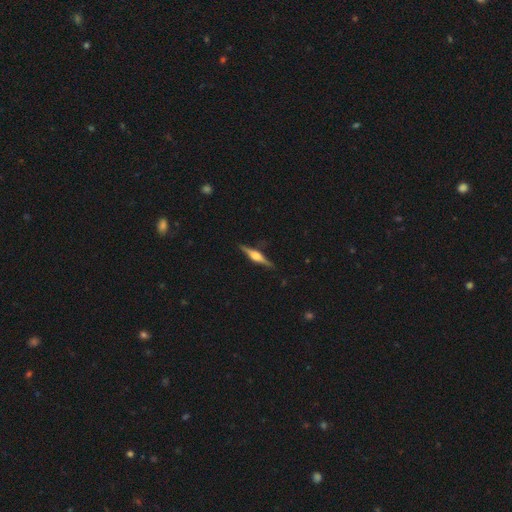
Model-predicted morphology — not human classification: Smooth or featured? featured or disk (81%)
Edge-on disk? yes (98%)
Edge-on bulge? rounded (87%)
Merging? none (89%)